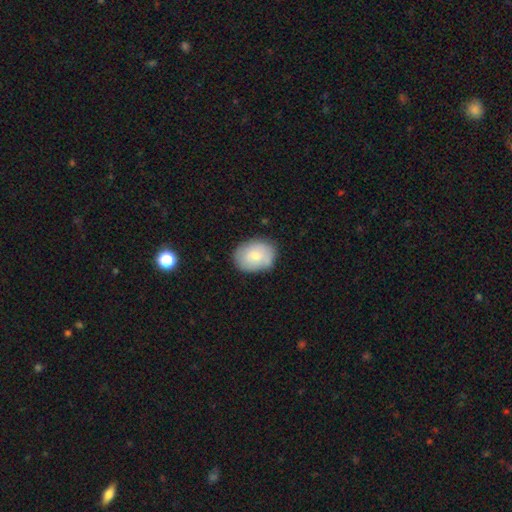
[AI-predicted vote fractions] A smooth galaxy with no disk features (73%) that is in between round and cigar-shaped (63%).

Vote fractions:
- Smooth or featured? smooth: 73% / featured or disk: 20% / star or artifact: 7%
- How rounded? in between: 63% / round: 36% / cigar-shaped: 1%
- Merging? none: 74% / minor disturbance: 19% / major disturbance: 4% / merger: 3%